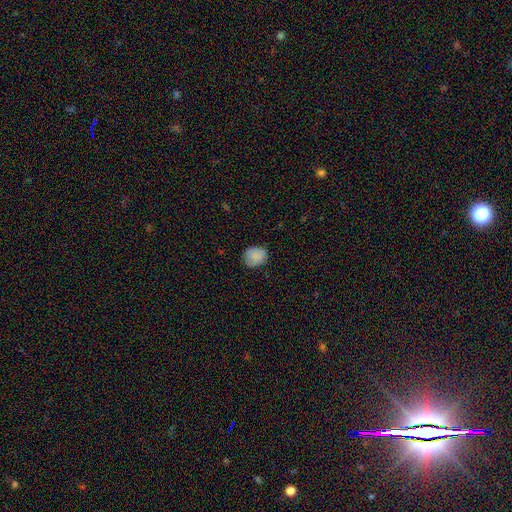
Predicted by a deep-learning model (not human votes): The model was most divided on "how rounded": round: 57%, in between: 42%, cigar-shaped: 1%. More confident: smooth or featured — smooth (85%); merging — none (78%).